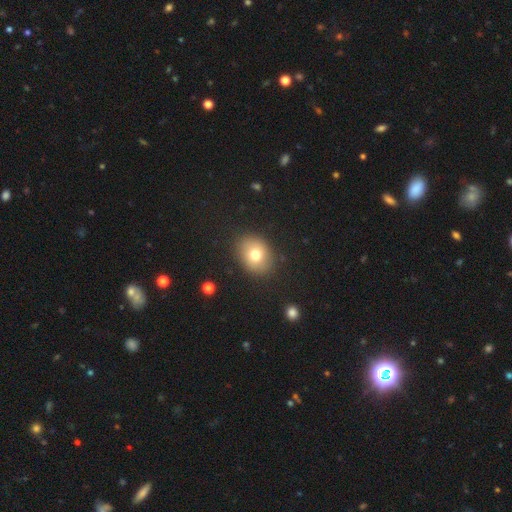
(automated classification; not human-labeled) This appears to be a smooth galaxy with no disk features (75%) that is in between round and cigar-shaped (54%). Merging: none (86%).